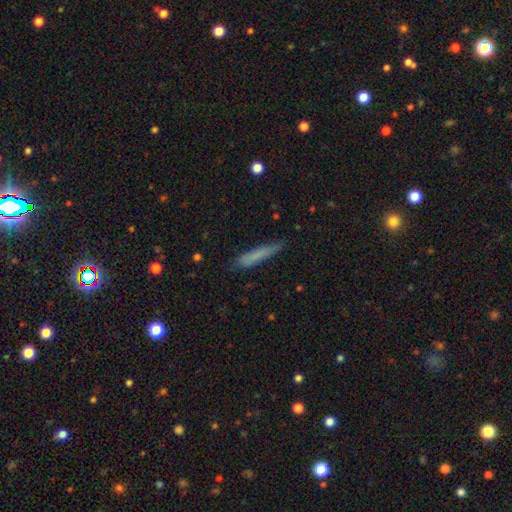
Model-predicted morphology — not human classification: Smooth or featured? Predicted: smooth (p=0.73). How rounded? Predicted: cigar-shaped (p=0.92). Merging? Predicted: none (p=0.77).